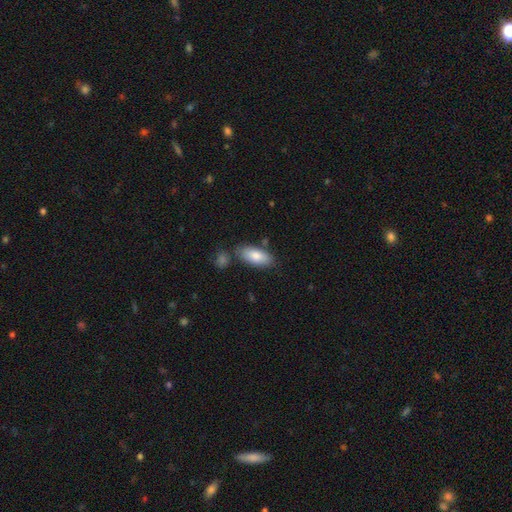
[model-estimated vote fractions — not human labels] Q: Smooth or featured?
A: smooth (81%); runner-up: featured or disk (13%)
Q: How rounded?
A: in between (85%); runner-up: cigar-shaped (12%)
Q: Merging?
A: none (77%); runner-up: minor disturbance (13%)